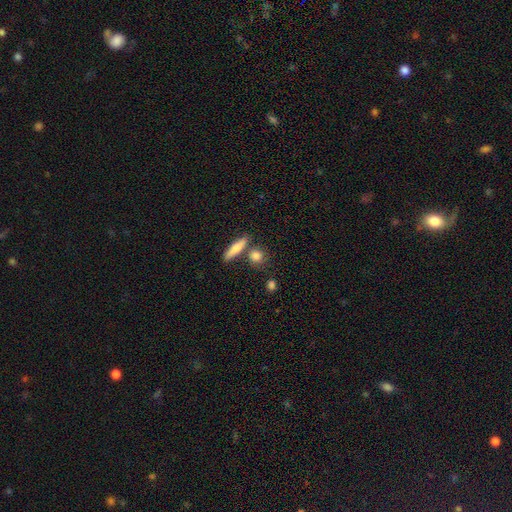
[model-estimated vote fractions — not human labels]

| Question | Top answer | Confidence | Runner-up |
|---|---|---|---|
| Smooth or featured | smooth | 79% | featured or disk (12%) |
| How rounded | round | 64% | in between (22%) |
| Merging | none | 70% | merger (16%) |